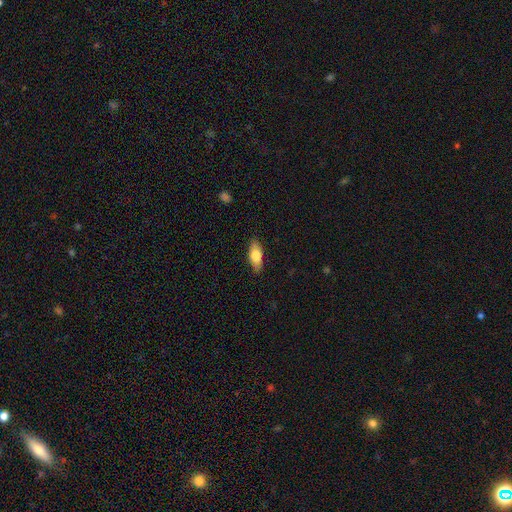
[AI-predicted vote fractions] Smooth or featured? Predicted: smooth (p=0.73). How rounded? Predicted: in between (p=0.77). Merging? Predicted: none (p=0.87).